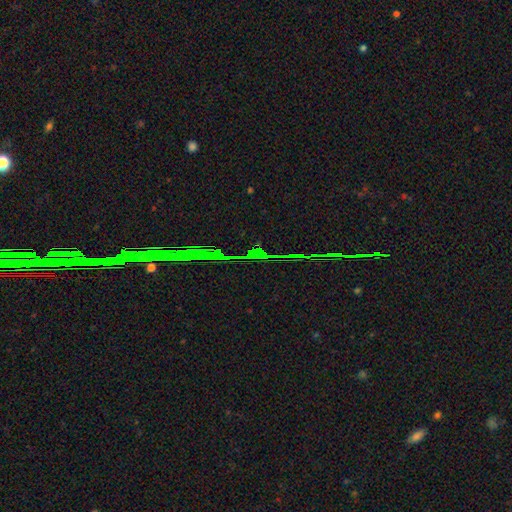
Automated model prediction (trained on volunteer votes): Smooth or featured? Predicted: star or artifact (p=0.81).